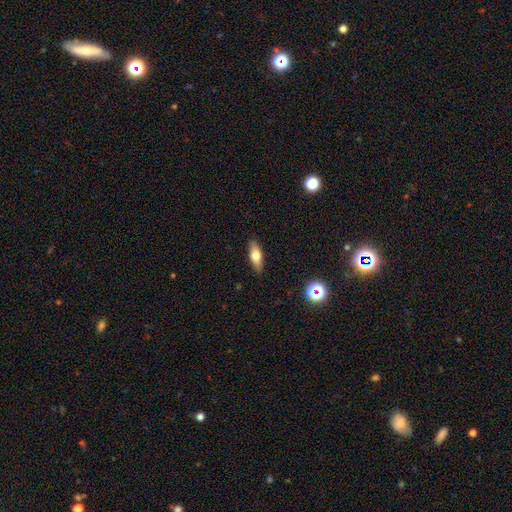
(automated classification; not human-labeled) Smooth or featured? smooth (62%)
How rounded? in between (62%)
Merging? none (88%)